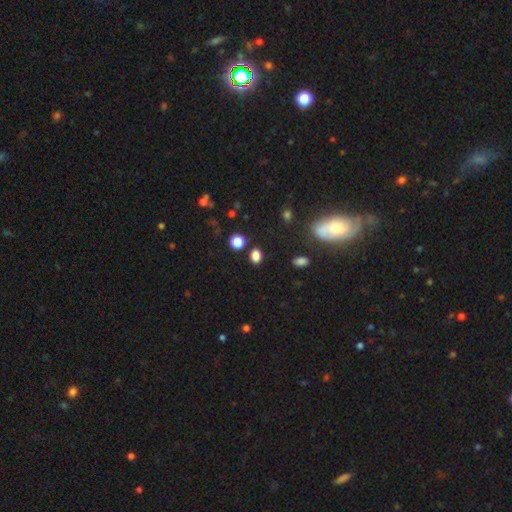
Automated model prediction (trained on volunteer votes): Smooth or featured?
  - smooth: 82% *
  - star or artifact: 14%
  - featured or disk: 4%
How rounded?
  - in between: 58% *
  - round: 40%
  - cigar-shaped: 2%
Merging?
  - none: 82% *
  - minor disturbance: 10%
  - merger: 5%
  - major disturbance: 3%